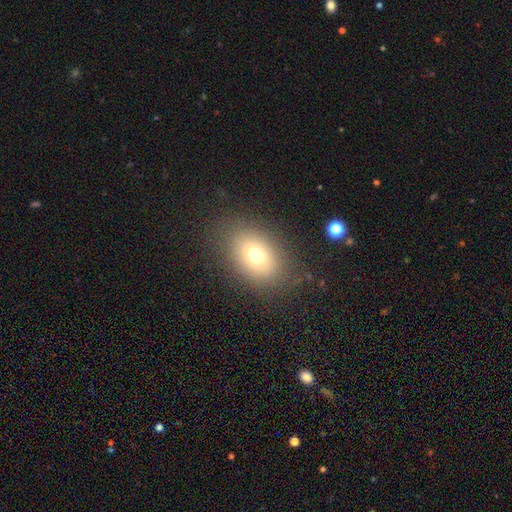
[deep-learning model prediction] This appears to be a smooth galaxy with no disk features (70%) that is in between round and cigar-shaped (71%). Merging: none (81%).